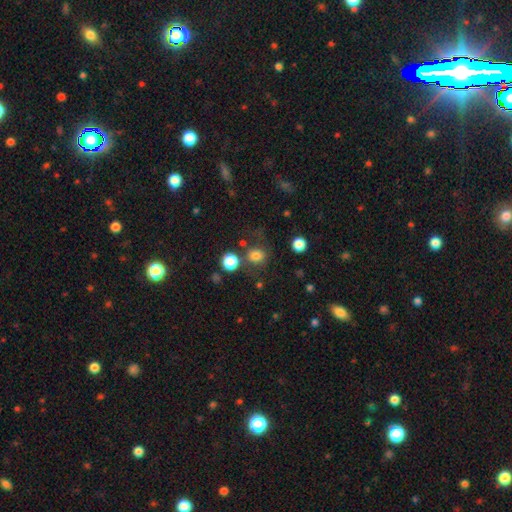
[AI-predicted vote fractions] Smooth or featured? smooth (78%)
How rounded? round (80%)
Merging? none (70%)